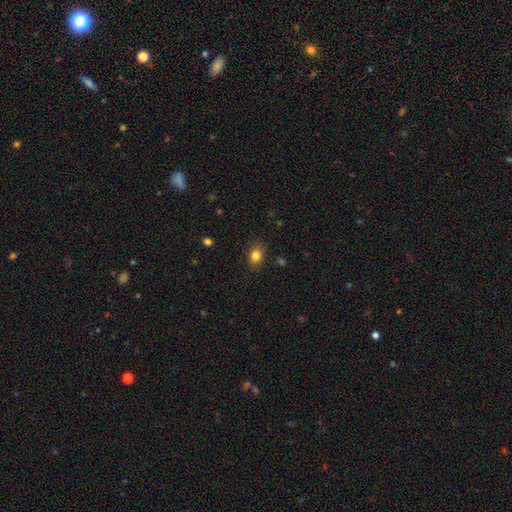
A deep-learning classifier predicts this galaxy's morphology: The model was most divided on "how rounded": in between: 53%, round: 46%, cigar-shaped: 1%. More confident: merging — none (86%); smooth or featured — smooth (83%).